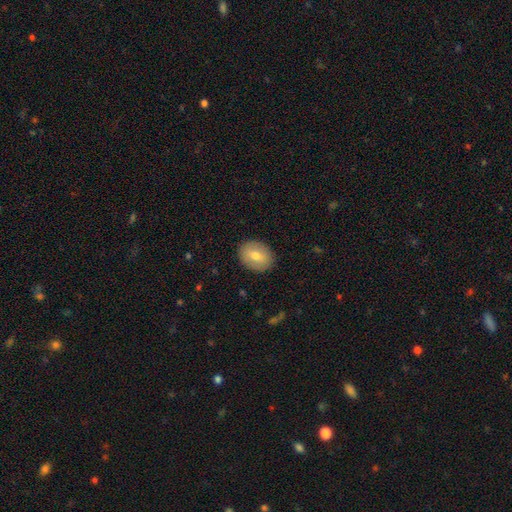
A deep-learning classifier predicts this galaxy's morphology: Smooth or featured? smooth (71%)
How rounded? in between (60%)
Merging? none (89%)